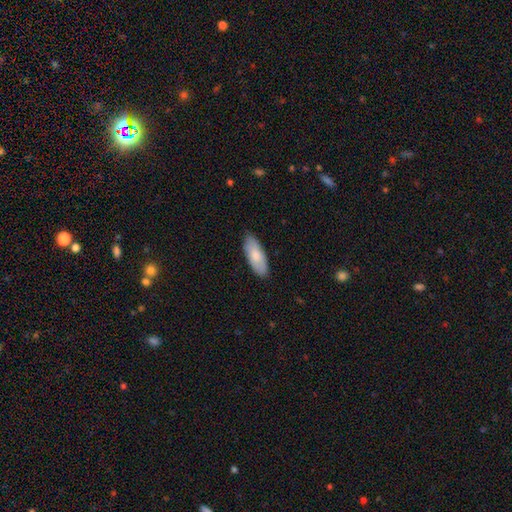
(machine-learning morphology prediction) Smooth or featured: smooth — 79% (featured or disk — 16%)
How rounded: in between — 80% (cigar-shaped — 18%)
Merging: none — 84% (minor disturbance — 13%)